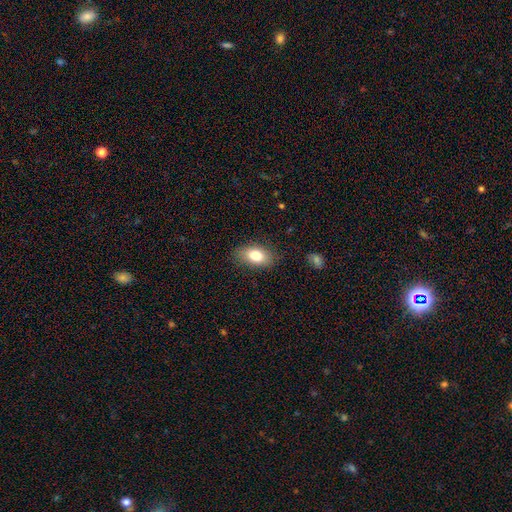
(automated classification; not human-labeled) Smooth or featured: smooth — 79% (featured or disk — 13%)
How rounded: in between — 90% (round — 7%)
Merging: none — 83% (minor disturbance — 13%)